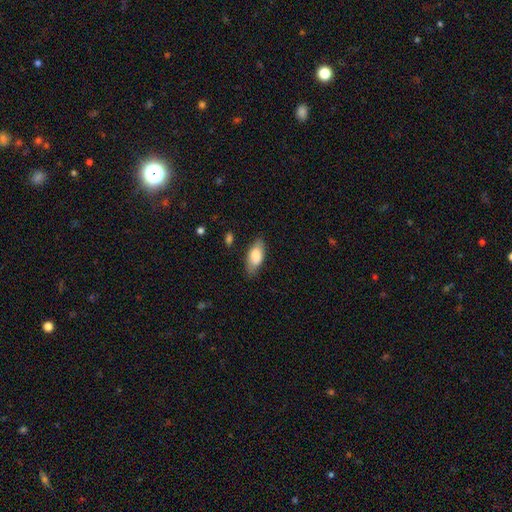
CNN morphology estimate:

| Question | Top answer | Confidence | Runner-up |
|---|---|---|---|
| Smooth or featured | smooth | 78% | featured or disk (16%) |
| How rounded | in between | 85% | cigar-shaped (12%) |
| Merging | none | 77% | minor disturbance (18%) |